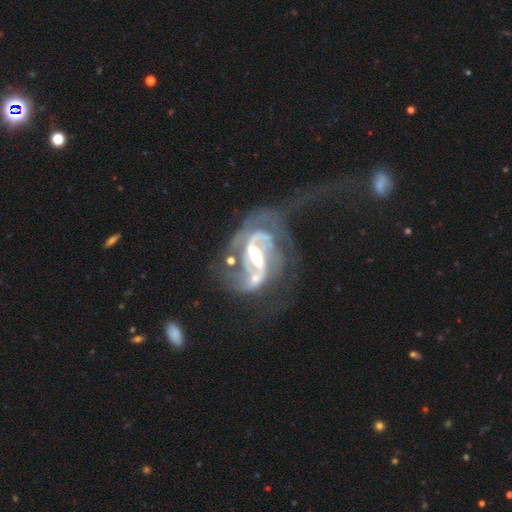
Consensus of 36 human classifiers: Smooth or featured: featured or disk — 92% (smooth — 6%)
Edge-on disk: no — 100%
Bar: strong — 55% (weak — 45%)
Spiral arms: yes — 97% (no — 3%)
Spiral winding: loose — 53% (medium — 31%)
Spiral arm count: 2 — 84% (1 — 6%)
Bulge size: moderate — 52% (small — 36%)
Merging: major disturbance — 49% (merger — 23%)